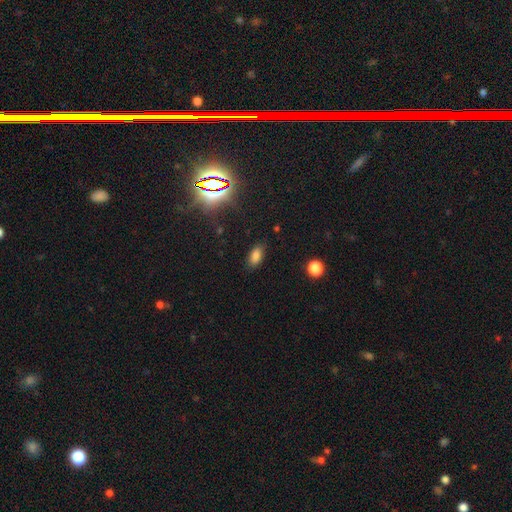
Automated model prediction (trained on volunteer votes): A smooth galaxy with no disk features (79%) that is in between round and cigar-shaped (90%). Merging: none (84%).